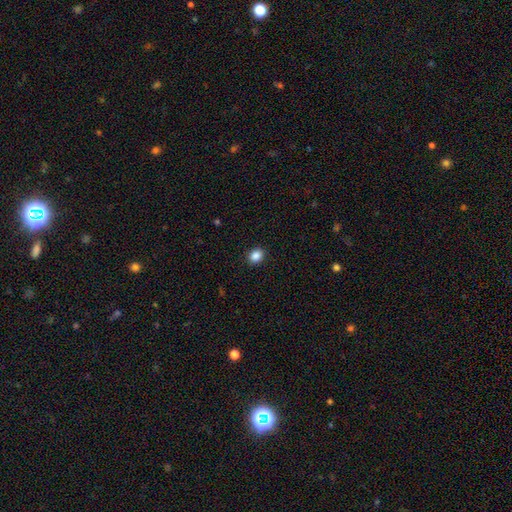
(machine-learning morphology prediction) The model was most divided on "how rounded": round: 63%, in between: 36%, cigar-shaped: 1%. More confident: merging — none (91%); smooth or featured — smooth (87%).